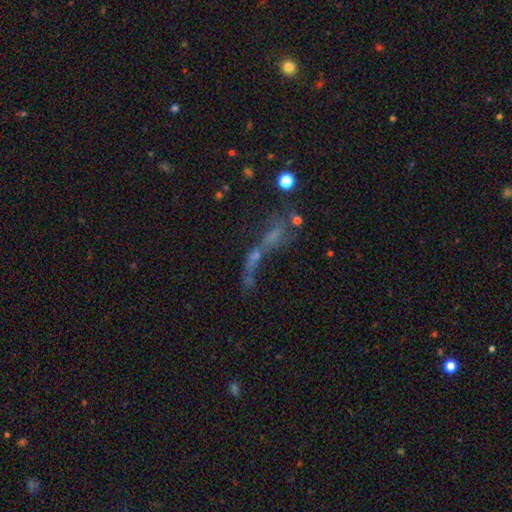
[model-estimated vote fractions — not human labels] The model was most divided on "smooth or featured": featured or disk: 43%, star or artifact: 31%, smooth: 26%. Remaining: merging — merger (39%).